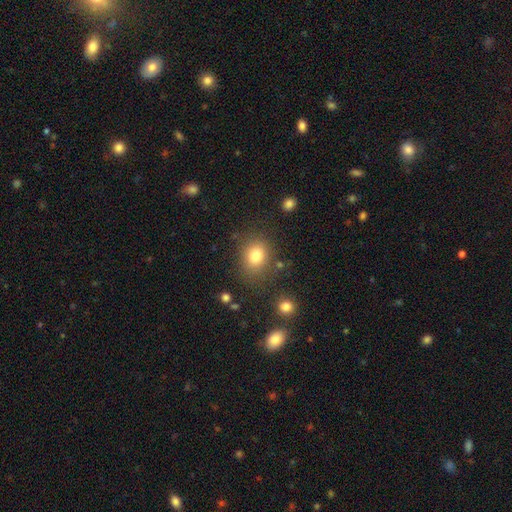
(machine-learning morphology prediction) smooth_or_featured: smooth (p=0.80) [alt: star or artifact p=0.12]
how_rounded: round (p=0.59) [alt: in between p=0.40]
merging: none (p=0.77) [alt: minor disturbance p=0.13]